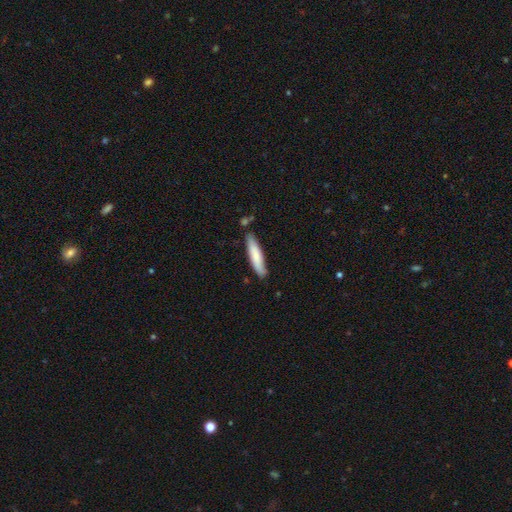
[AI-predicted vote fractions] This is likely a smooth galaxy (78%). How rounded: clearly cigar-shaped (84%). Merging: likely none (78%).